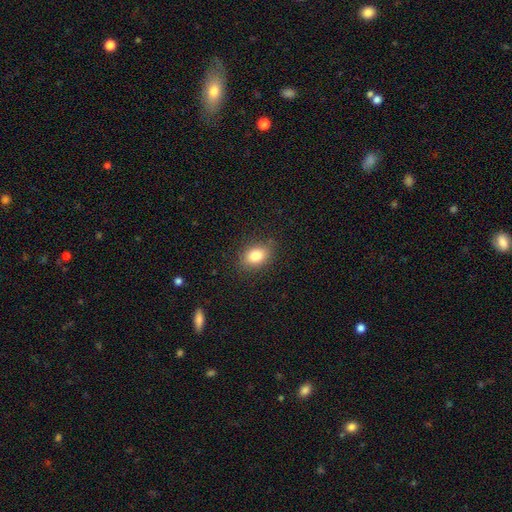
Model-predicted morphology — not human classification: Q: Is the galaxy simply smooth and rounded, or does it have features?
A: smooth — 83%.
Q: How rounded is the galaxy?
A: in between — 71%.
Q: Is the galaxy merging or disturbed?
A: none — 84%.